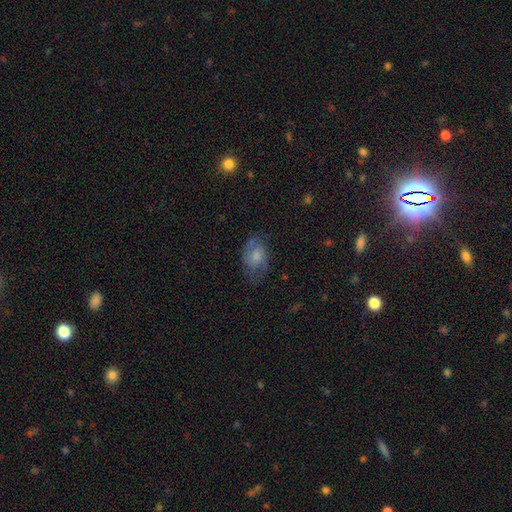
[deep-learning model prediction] featured or disk 50%, smooth 41%, star or artifact 9%. Down the decision tree: merging — none (61%).